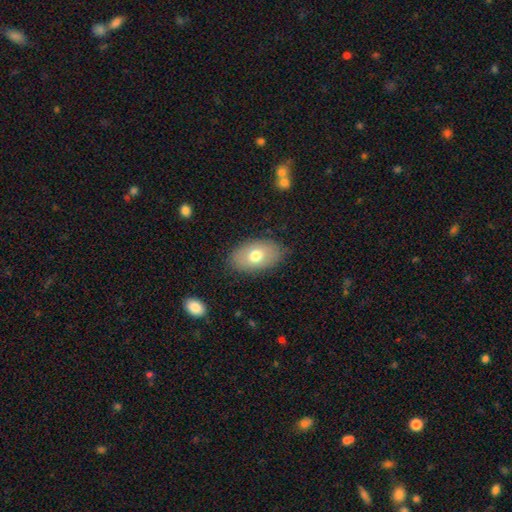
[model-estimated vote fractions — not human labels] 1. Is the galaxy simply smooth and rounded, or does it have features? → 70% smooth, 22% featured or disk, 7% star or artifact.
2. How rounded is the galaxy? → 91% in between, 8% round, 1% cigar-shaped.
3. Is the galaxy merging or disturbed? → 81% none, 15% minor disturbance, 4% major disturbance, 1% merger.